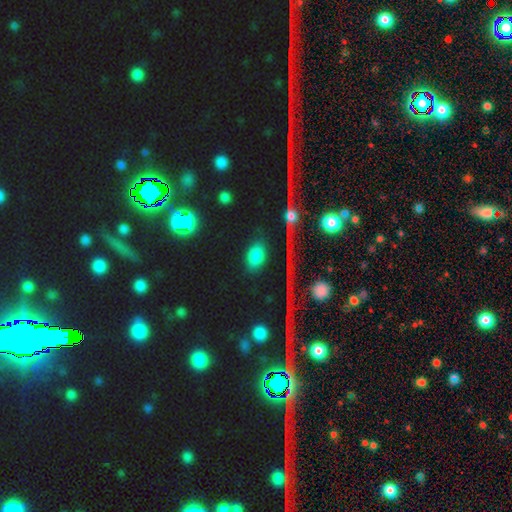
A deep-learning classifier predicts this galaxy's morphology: This appears to be a smooth galaxy with no disk features (65%) that is in between round and cigar-shaped (61%). Merging: none (83%).